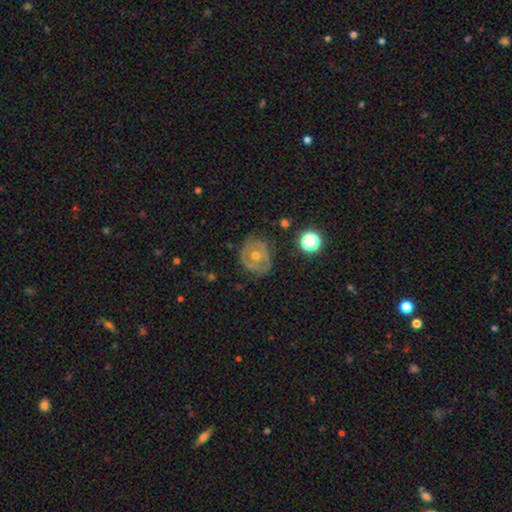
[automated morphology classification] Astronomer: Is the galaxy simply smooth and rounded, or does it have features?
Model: featured or disk — 67%.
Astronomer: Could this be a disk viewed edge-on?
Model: no — 96%.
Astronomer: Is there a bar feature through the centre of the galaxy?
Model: no — 82%.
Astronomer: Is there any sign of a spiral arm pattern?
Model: no — 51% (runner-up: yes, 49%).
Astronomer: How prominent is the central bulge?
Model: moderate — 62%.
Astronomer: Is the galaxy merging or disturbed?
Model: none — 73%.